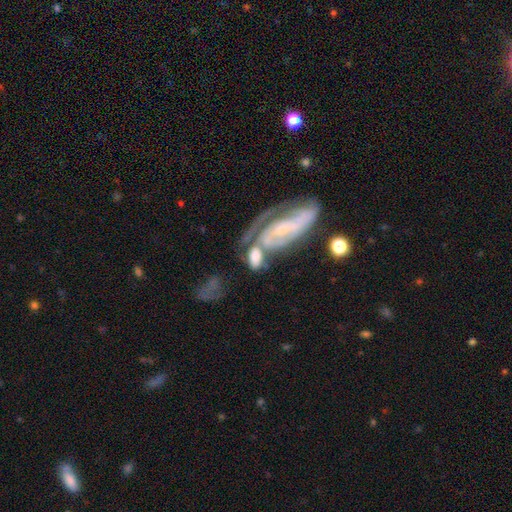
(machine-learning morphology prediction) Overall: featured or disk (54%; smooth 38%). Edge-on disk: no (90%). Merging: merger (47%; none 24%).